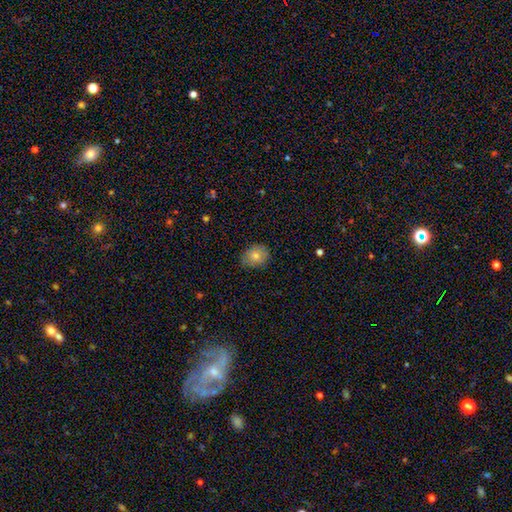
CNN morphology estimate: This appears to be a smooth galaxy with no disk features (73%) that is round (58%). Merging: none (80%).